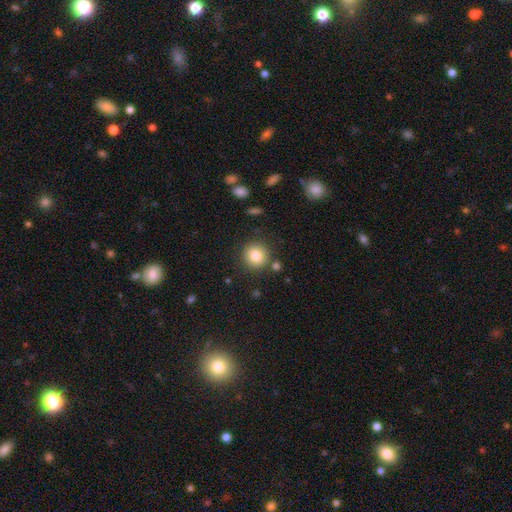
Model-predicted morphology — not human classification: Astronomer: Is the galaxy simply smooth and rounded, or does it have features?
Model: smooth — 83%.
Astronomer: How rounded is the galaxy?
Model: round — 89%.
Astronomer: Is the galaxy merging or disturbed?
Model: none — 84%.